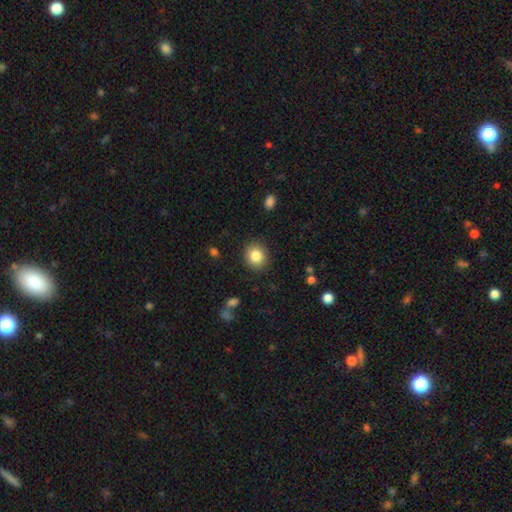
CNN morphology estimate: Smooth or featured? smooth (84%)
How rounded? round (82%)
Merging? none (89%)